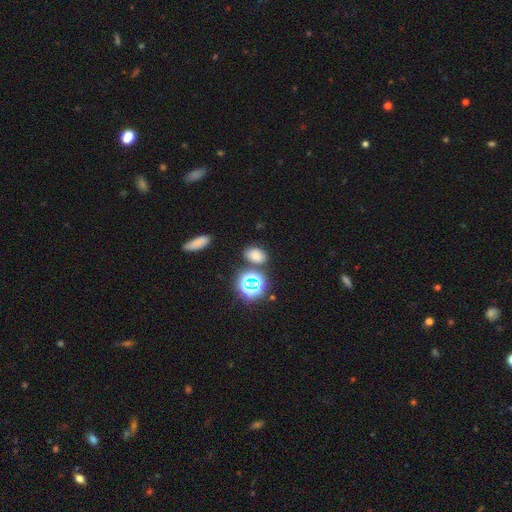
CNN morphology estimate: smooth-or-featured: smooth: 70% | star or artifact: 23% | featured or disk: 7%
  how-rounded: in between: 74% | round: 24% | cigar-shaped: 2%
  merging: none: 77% | minor disturbance: 10% | merger: 9% | major disturbance: 3%